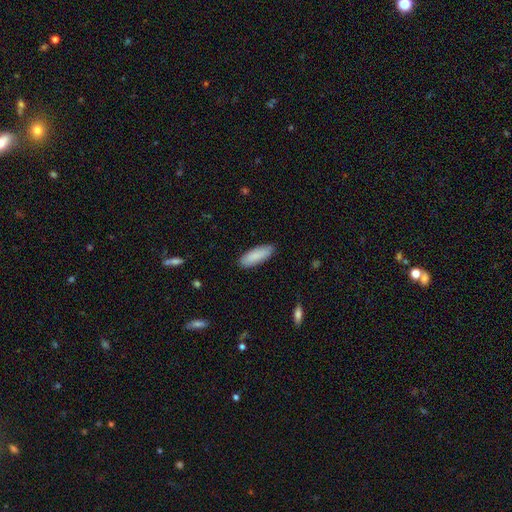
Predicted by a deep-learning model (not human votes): Overall: smooth (88%). How rounded: in between (60%; cigar-shaped 39%). Merging: none (88%).